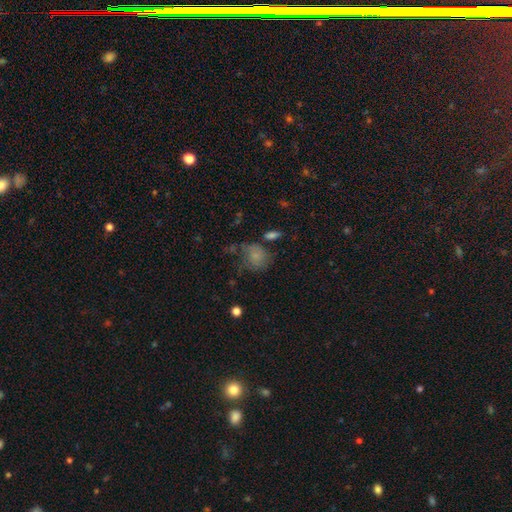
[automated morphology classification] Smooth or featured? smooth (74%)
How rounded? round (63%)
Merging? none (43%)